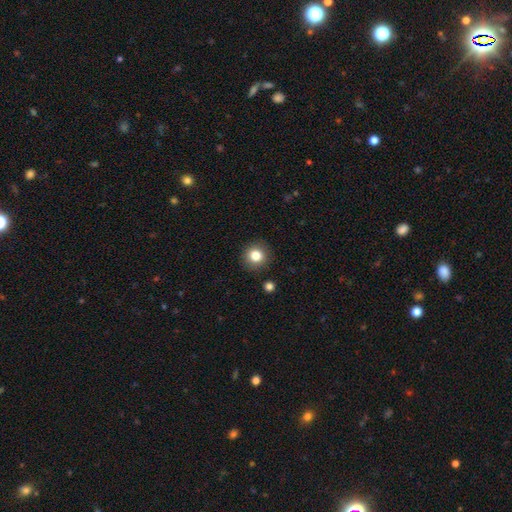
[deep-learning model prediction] Smooth or featured: smooth — 81% (star or artifact — 11%)
How rounded: round — 92% (in between — 7%)
Merging: none — 90% (minor disturbance — 6%)